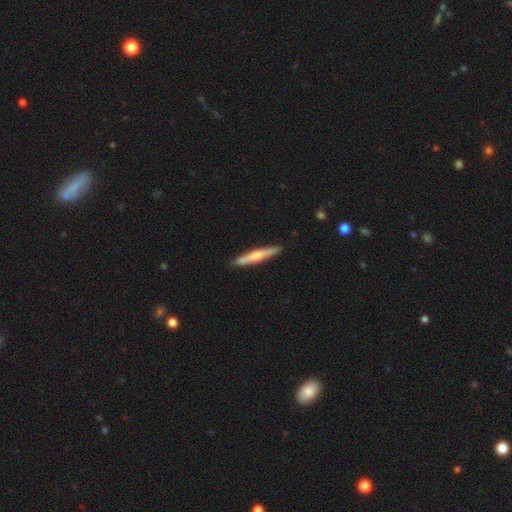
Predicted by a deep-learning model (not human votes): Morphology: type=smooth (55%); roundness=cigar-shaped (94%); merging=none (89%).